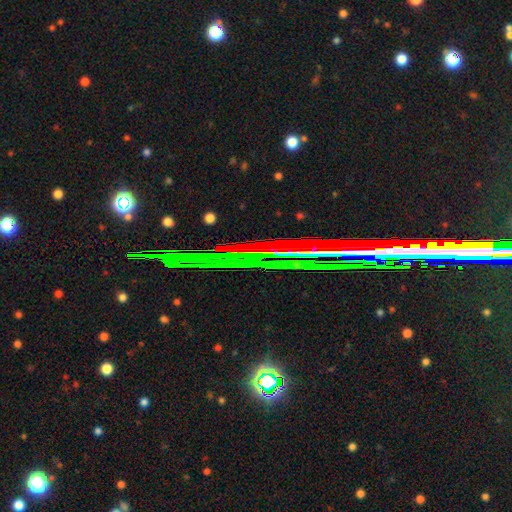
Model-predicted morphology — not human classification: Smooth or featured? star or artifact (70%)